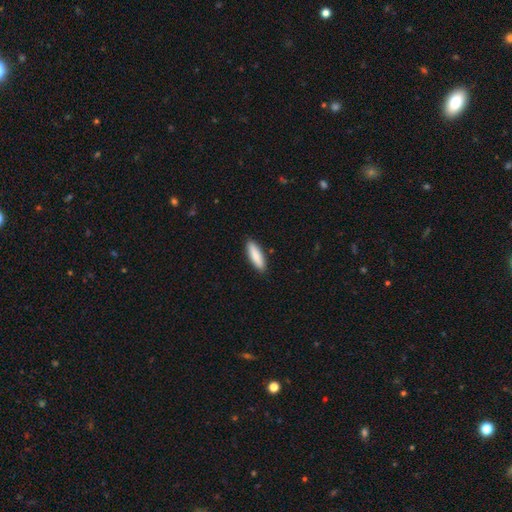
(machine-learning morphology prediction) Overall: smooth (86%). How rounded: cigar-shaped (59%; in between 39%). Merging: none (90%).